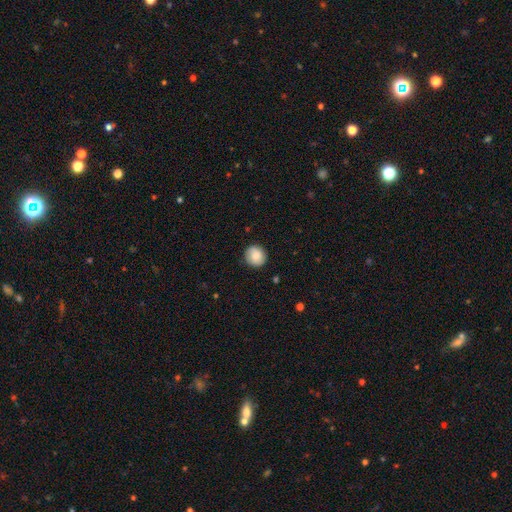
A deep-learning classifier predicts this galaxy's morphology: type=smooth (82%); roundness=round (89%); merging=none (88%).